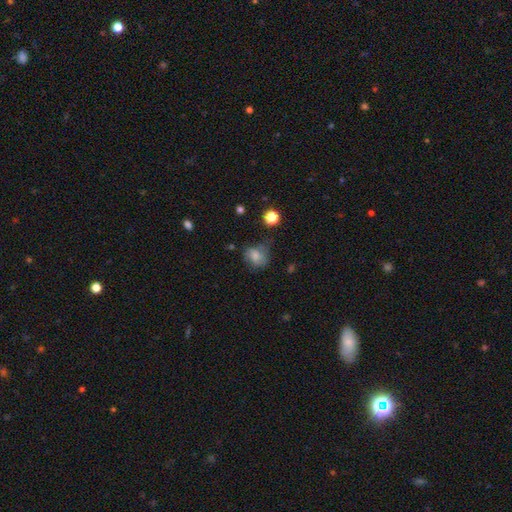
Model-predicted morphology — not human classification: type=smooth (67%); roundness=in between (50%); merging=none (44%).